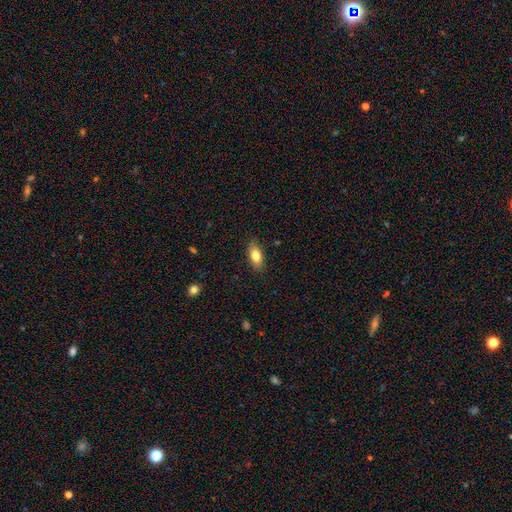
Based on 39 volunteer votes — A smooth galaxy with no disk features (64%) that is in between round and cigar-shaped (96%). Merging: none (89%).